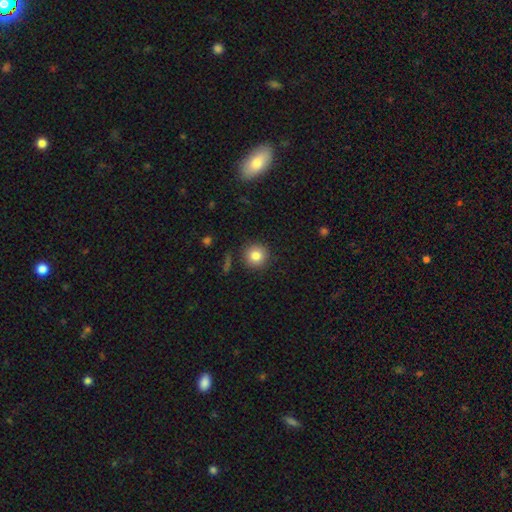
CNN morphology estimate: type=smooth (82%); roundness=round (94%); merging=none (89%).